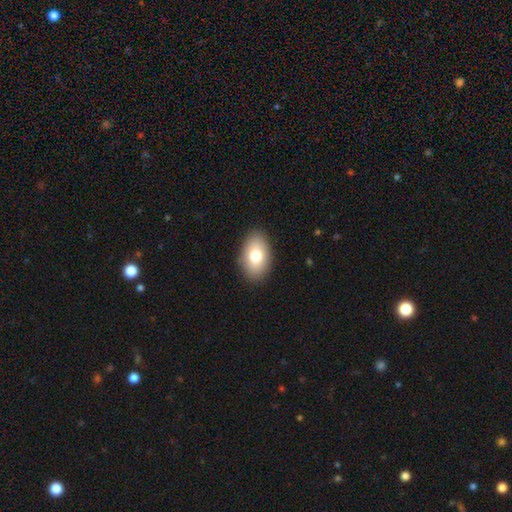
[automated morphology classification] Smooth or featured?
  - smooth: 77% *
  - featured or disk: 15%
  - star or artifact: 8%
How rounded?
  - in between: 90% *
  - round: 9%
  - cigar-shaped: 1%
Merging?
  - none: 89% *
  - minor disturbance: 8%
  - major disturbance: 2%
  - merger: 1%